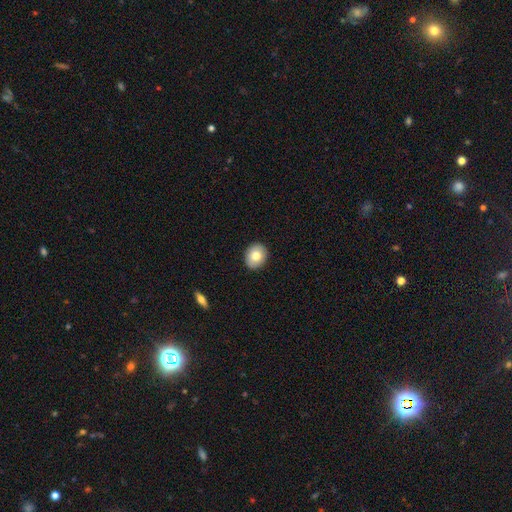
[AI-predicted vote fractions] A smooth galaxy with no disk features (78%) that is round (56%).

Vote fractions:
- Smooth or featured? smooth: 78% / featured or disk: 14% / star or artifact: 8%
- How rounded? round: 56% / in between: 43% / cigar-shaped: 1%
- Merging? none: 91% / minor disturbance: 7% / major disturbance: 2% / merger: 1%